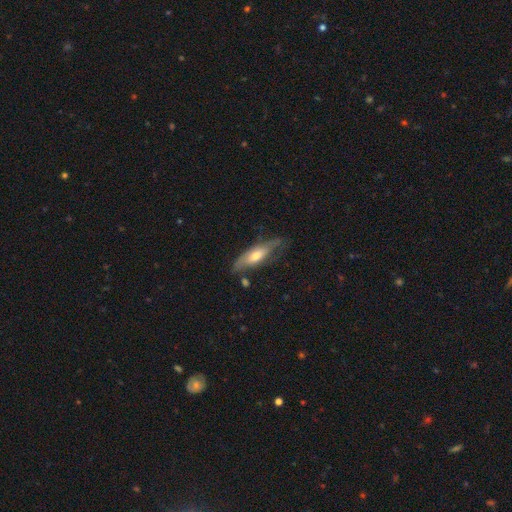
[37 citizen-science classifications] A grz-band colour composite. It shows a featured or disk galaxy (51%) viewed edge-on (68%) with a rounded central bulge (92%). Merging: none (54%).